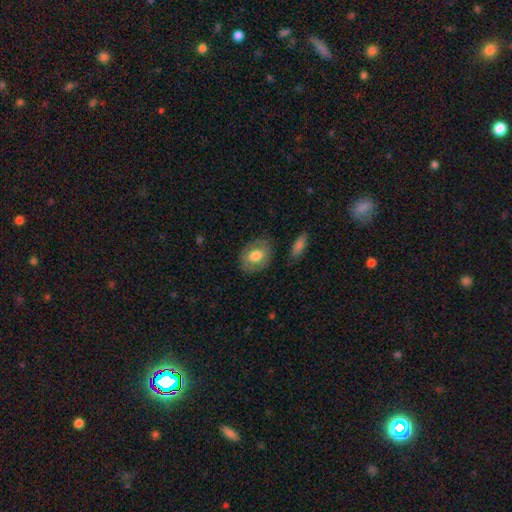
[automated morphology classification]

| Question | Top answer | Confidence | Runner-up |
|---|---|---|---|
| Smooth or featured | smooth | 65% | featured or disk (29%) |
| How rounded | in between | 64% | round (35%) |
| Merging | none | 80% | minor disturbance (14%) |